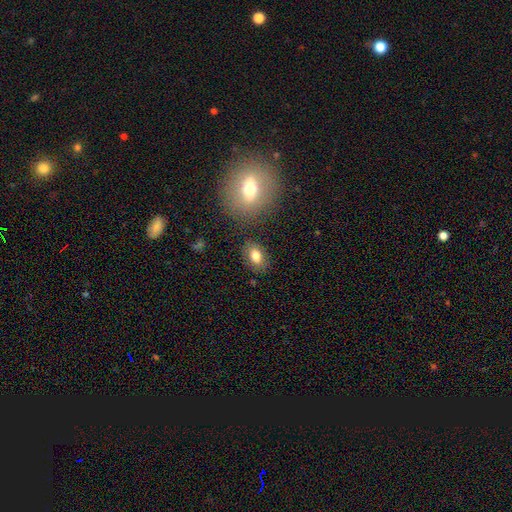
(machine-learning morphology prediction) The model was most divided on "smooth or featured": smooth: 80%, featured or disk: 11%, star or artifact: 9%. More confident: how rounded — in between (84%); merging — none (82%).